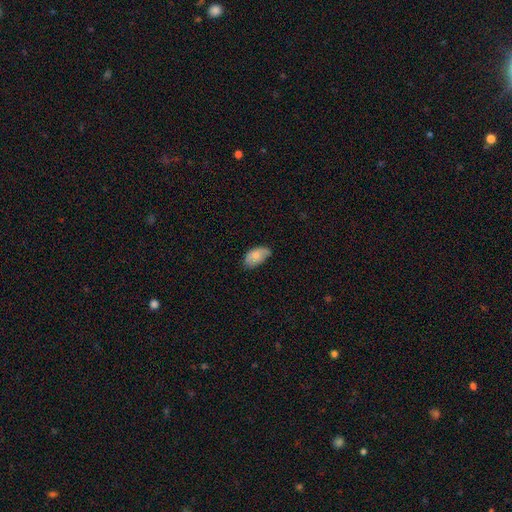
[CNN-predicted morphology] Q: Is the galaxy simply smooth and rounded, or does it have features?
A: smooth — 73%.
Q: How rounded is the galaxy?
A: in between — 93%.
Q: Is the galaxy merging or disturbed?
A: none — 56%.